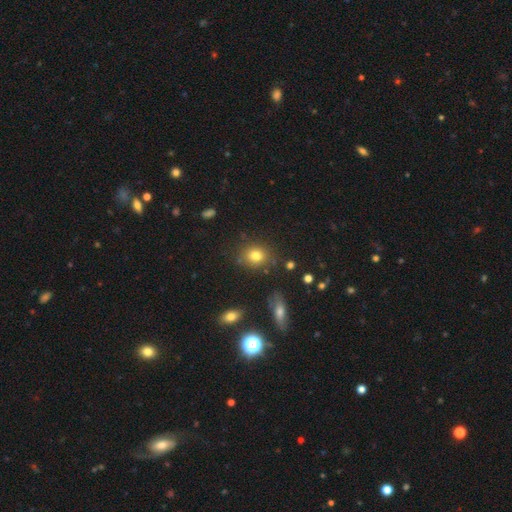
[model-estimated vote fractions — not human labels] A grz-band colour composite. It shows a smooth galaxy with no disk features (79%) that is round (66%). Merging: none (81%).